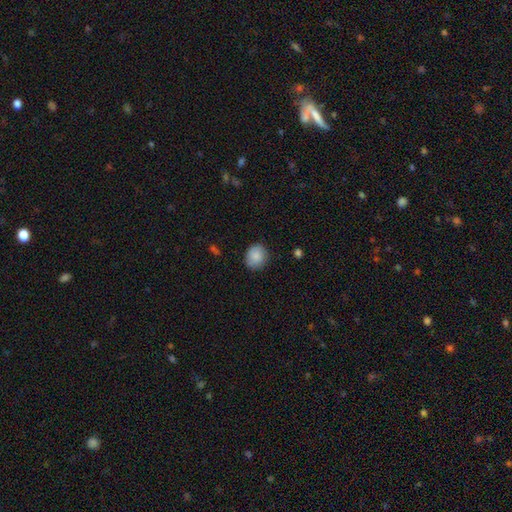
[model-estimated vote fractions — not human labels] The model was most divided on "how rounded": round: 73%, in between: 26%, cigar-shaped: 1%. More confident: smooth or featured — smooth (87%); merging — none (84%).